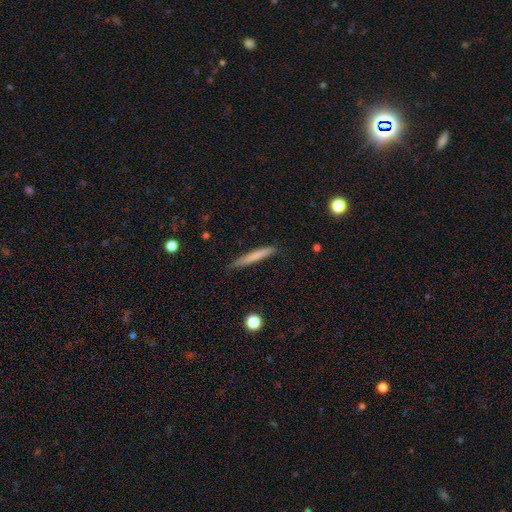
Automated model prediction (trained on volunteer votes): Smooth or featured? smooth (71%)
How rounded? cigar-shaped (95%)
Merging? none (76%)